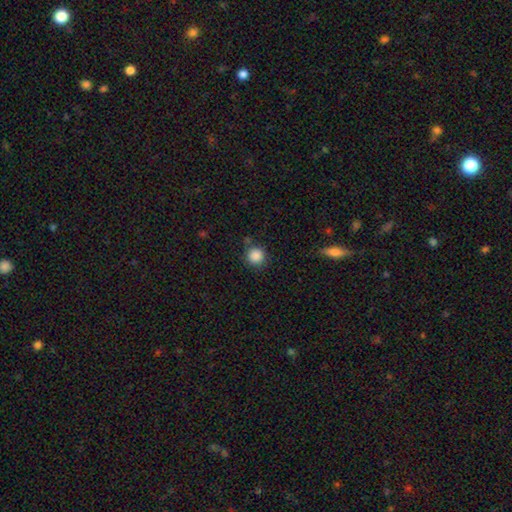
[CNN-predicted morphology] A smooth galaxy with no disk features (87%) that is round (93%).

Vote fractions:
- Smooth or featured? smooth: 87% / star or artifact: 10% / featured or disk: 3%
- How rounded? round: 93% / in between: 6% / cigar-shaped: 1%
- Merging? none: 82% / minor disturbance: 11% / merger: 4% / major disturbance: 3%